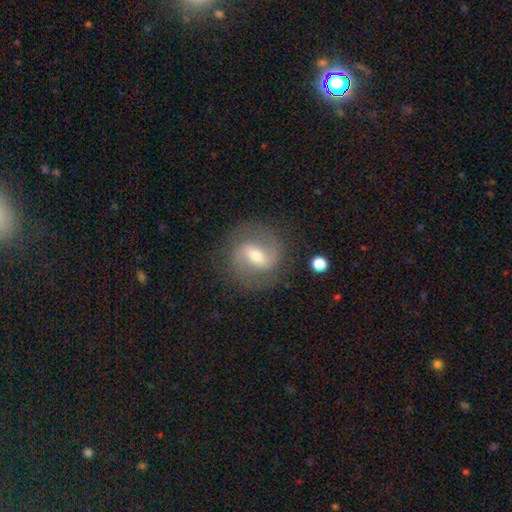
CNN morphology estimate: Smooth or featured? Predicted: featured or disk (p=0.75). Edge-on disk? Predicted: no (p=0.96). Bar? Predicted: weak (p=0.49). Spiral arms? Predicted: yes (p=0.90). Spiral winding? Predicted: medium (p=0.53). Spiral arm count? Predicted: 2 (p=0.87). Bulge size? Predicted: moderate (p=0.58). Merging? Predicted: none (p=0.80).